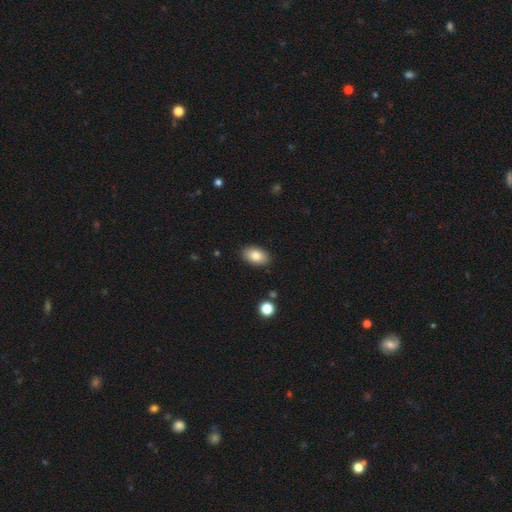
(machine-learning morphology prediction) Overall: smooth (84%). How rounded: in between (91%). Merging: none (88%).